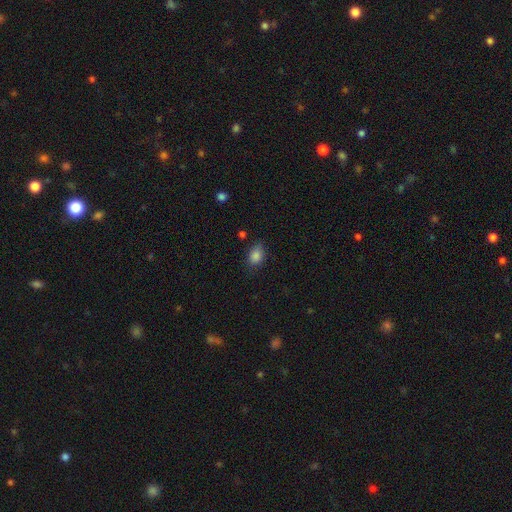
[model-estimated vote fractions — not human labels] Smooth or featured?
  - smooth: 85% *
  - star or artifact: 10%
  - featured or disk: 5%
How rounded?
  - in between: 75% *
  - round: 24%
  - cigar-shaped: 1%
Merging?
  - none: 76% *
  - minor disturbance: 18%
  - major disturbance: 4%
  - merger: 2%